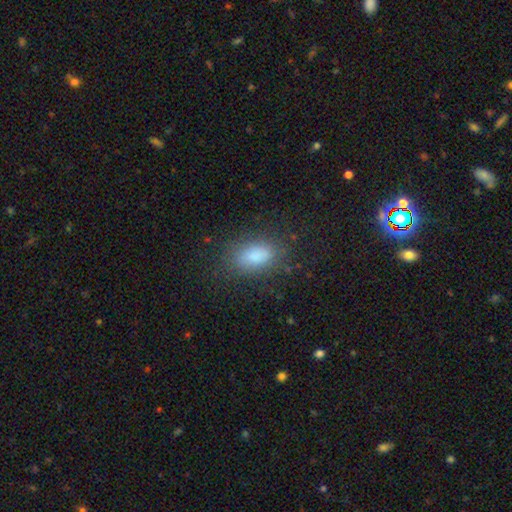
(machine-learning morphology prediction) This appears to be a smooth galaxy with no disk features (84%) that is in between round and cigar-shaped (87%). Merging: none (79%).